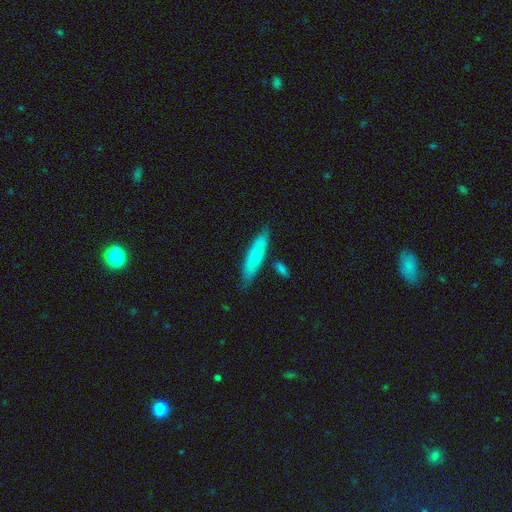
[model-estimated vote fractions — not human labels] The model was most divided on "how rounded": cigar-shaped: 76%, in between: 22%, round: 2%. More confident: merging — none (77%); smooth or featured — smooth (77%).